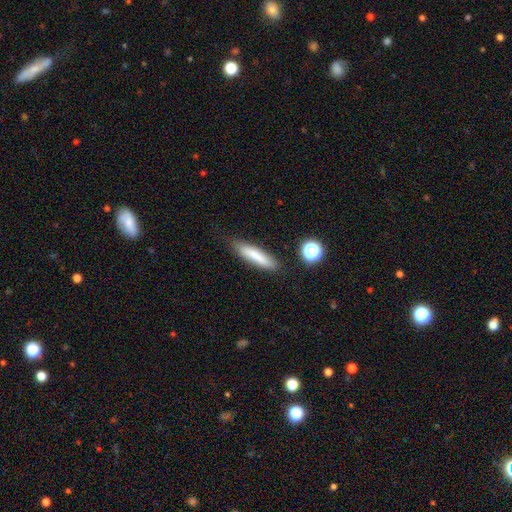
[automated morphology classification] A smooth galaxy with no disk features (76%) that is cigar-shaped (82%). Merging: none (79%).